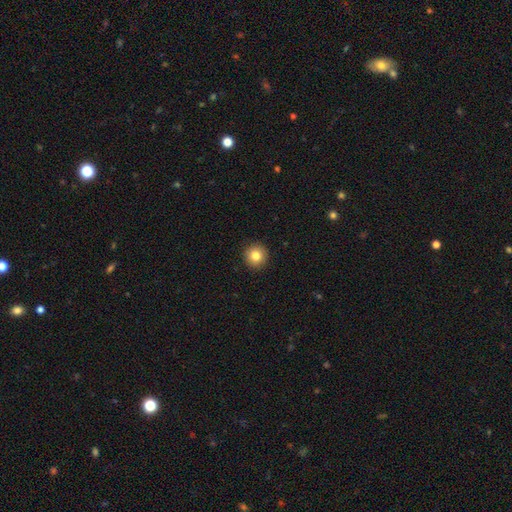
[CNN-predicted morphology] This appears to be a smooth galaxy with no disk features (82%) that is round (95%). Merging: none (93%).